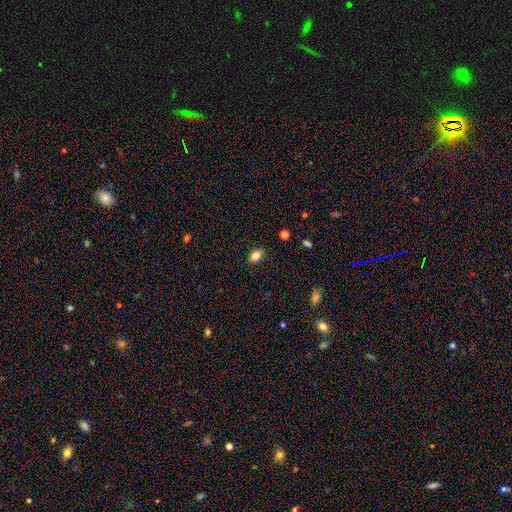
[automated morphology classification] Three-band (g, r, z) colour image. It shows a smooth galaxy with no disk features (82%) that is in between round and cigar-shaped (78%). Merging: none (87%).